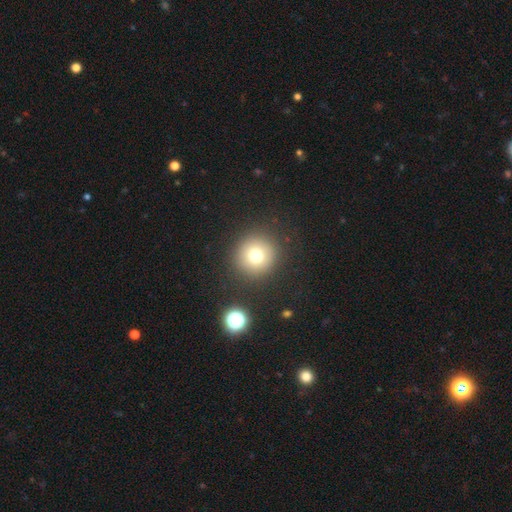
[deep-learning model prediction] Overall: smooth (74%). How rounded: round (94%). Merging: none (88%).